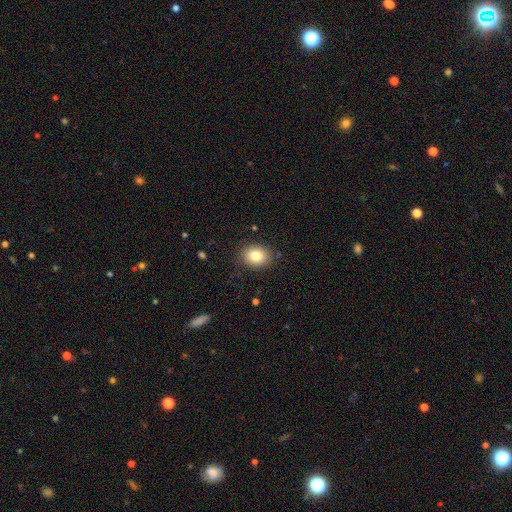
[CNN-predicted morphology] Smooth or featured? Predicted: smooth (p=0.83). How rounded? Predicted: round (p=0.50). Merging? Predicted: none (p=0.87).